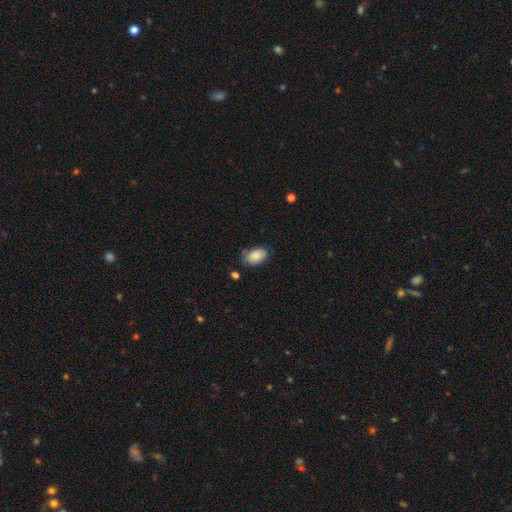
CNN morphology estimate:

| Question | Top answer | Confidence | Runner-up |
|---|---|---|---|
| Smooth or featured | smooth | 83% | featured or disk (10%) |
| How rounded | in between | 89% | round (9%) |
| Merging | none | 71% | minor disturbance (21%) |